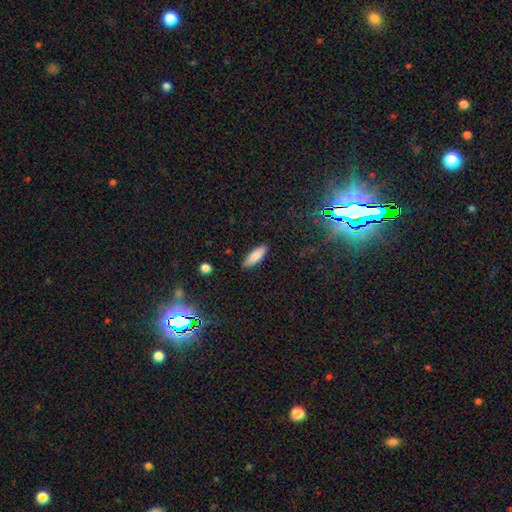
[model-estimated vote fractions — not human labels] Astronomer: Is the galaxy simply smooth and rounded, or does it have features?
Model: smooth — 85%.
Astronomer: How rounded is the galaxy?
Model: in between — 51% (runner-up: cigar-shaped, 47%).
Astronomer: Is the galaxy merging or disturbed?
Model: none — 88%.